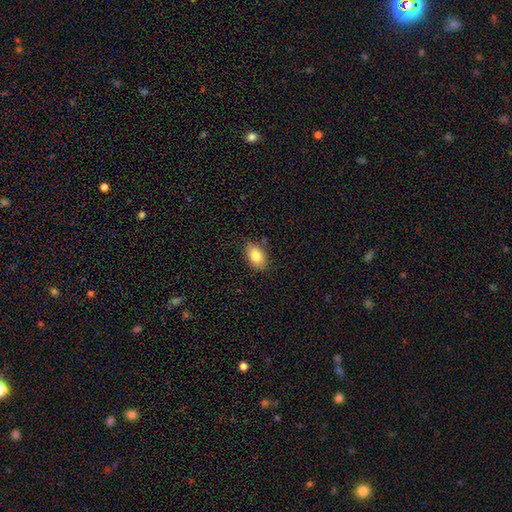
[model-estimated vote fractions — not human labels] smooth 84%, featured or disk 9%, star or artifact 7%. Down the decision tree: how rounded — in between (90%); merging — none (81%).